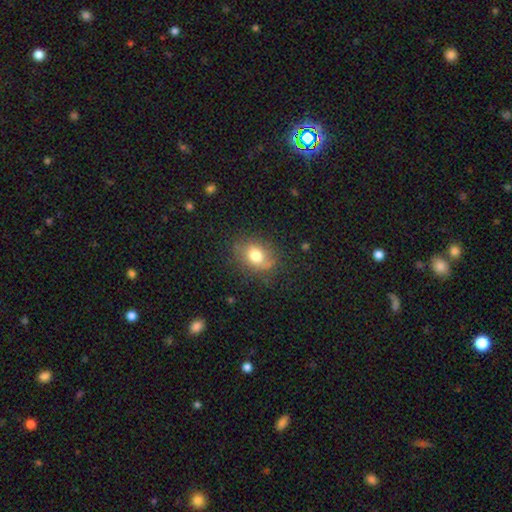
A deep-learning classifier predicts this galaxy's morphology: A smooth galaxy with no disk features (75%) that is in between round and cigar-shaped (59%). Merging: none (72%).